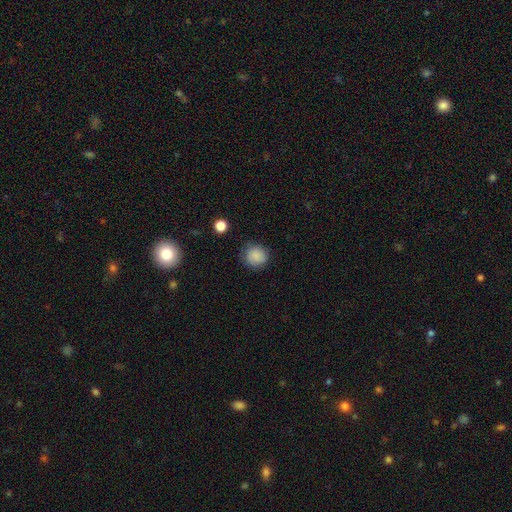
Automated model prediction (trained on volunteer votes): Q: Smooth or featured?
A: smooth (87%); runner-up: star or artifact (9%)
Q: How rounded?
A: round (89%); runner-up: in between (10%)
Q: Merging?
A: none (84%); runner-up: minor disturbance (12%)